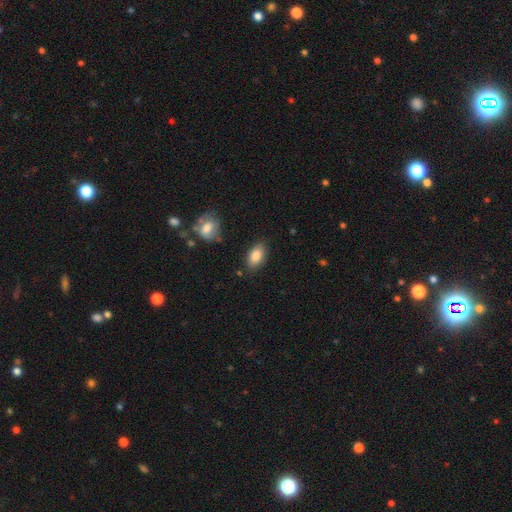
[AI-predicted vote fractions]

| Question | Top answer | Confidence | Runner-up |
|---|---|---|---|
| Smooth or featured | smooth | 86% | featured or disk (8%) |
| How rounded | in between | 92% | round (5%) |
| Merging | none | 82% | minor disturbance (13%) |